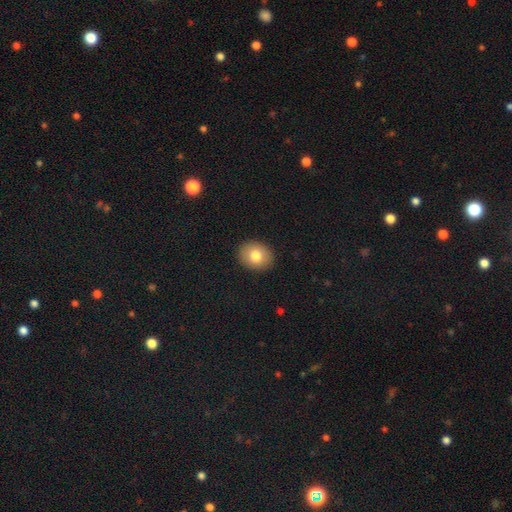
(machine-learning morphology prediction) Smooth or featured? smooth (78%)
How rounded? round (57%)
Merging? none (91%)